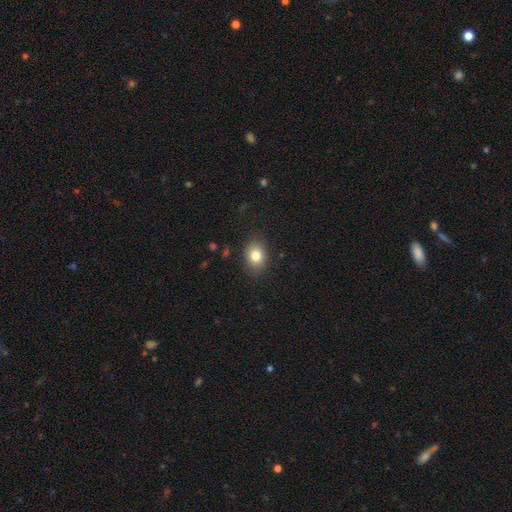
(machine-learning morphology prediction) type=smooth (81%); roundness=in between (57%); merging=none (86%).